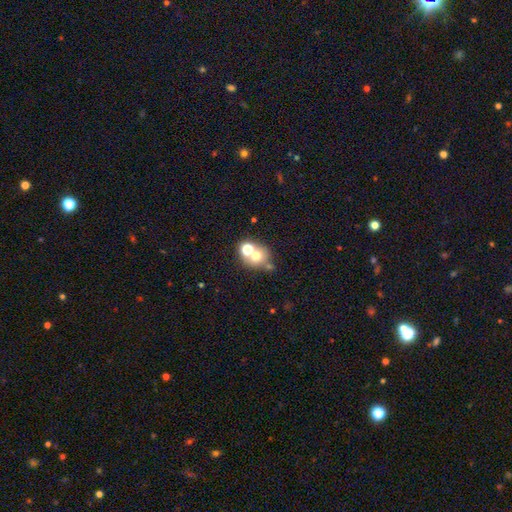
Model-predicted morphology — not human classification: Smooth or featured? Predicted: smooth (p=0.62). How rounded? Predicted: round (p=0.75). Merging? Predicted: none (p=0.45).